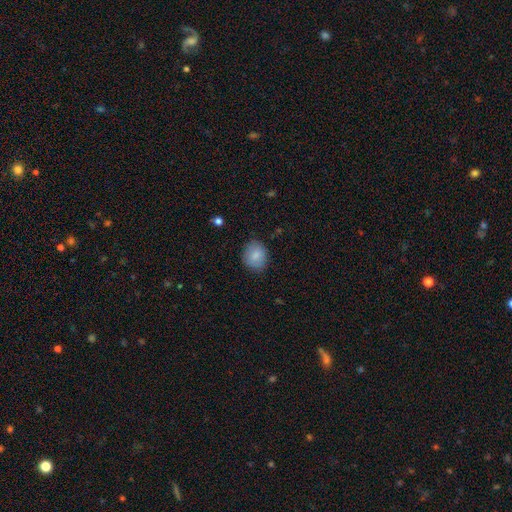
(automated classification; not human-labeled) Q: Smooth or featured?
A: smooth (86%); runner-up: star or artifact (7%)
Q: How rounded?
A: round (55%); runner-up: in between (44%)
Q: Merging?
A: none (81%); runner-up: minor disturbance (14%)